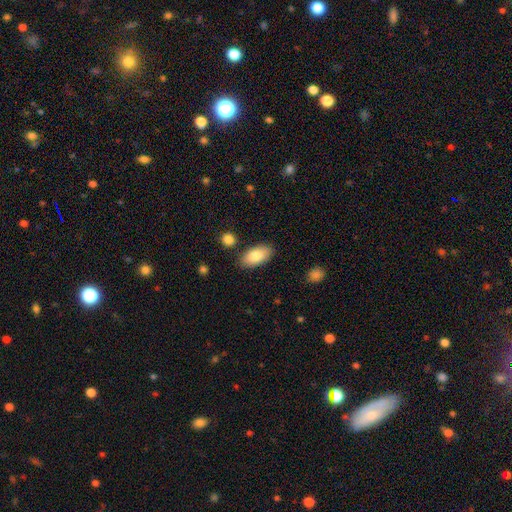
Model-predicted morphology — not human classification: Smooth or featured? Predicted: smooth (p=0.82). How rounded? Predicted: in between (p=0.93). Merging? Predicted: none (p=0.84).